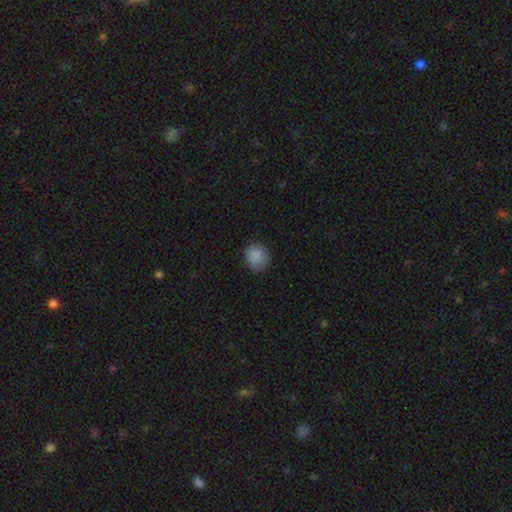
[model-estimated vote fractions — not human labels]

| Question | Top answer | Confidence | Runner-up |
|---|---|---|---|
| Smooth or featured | smooth | 87% | star or artifact (8%) |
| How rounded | round | 82% | in between (17%) |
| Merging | none | 81% | minor disturbance (15%) |